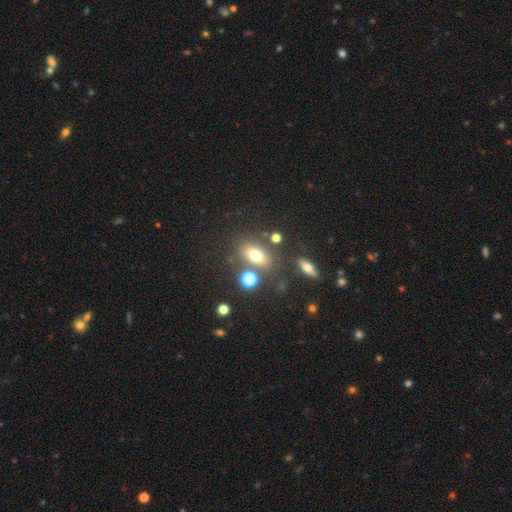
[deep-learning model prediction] Overall: smooth (67%). How rounded: in between (74%). Merging: none (72%).